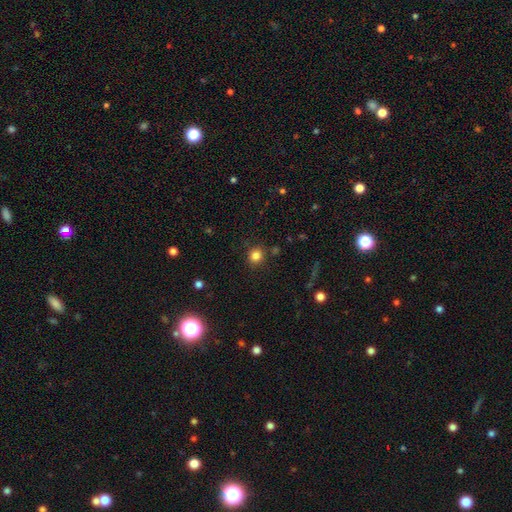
Smooth or featured? 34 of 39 (87%) said smooth. How rounded? 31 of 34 (91%) said round. Merging? 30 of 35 (86%) said none.